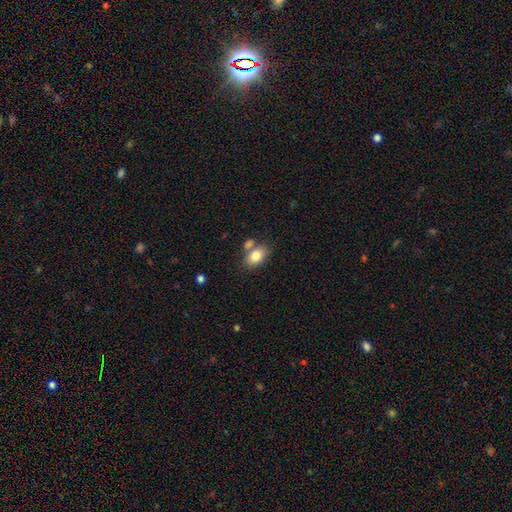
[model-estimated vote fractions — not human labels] Q: Smooth or featured?
A: smooth (82%); runner-up: featured or disk (10%)
Q: How rounded?
A: in between (83%); runner-up: round (15%)
Q: Merging?
A: none (58%); runner-up: merger (24%)